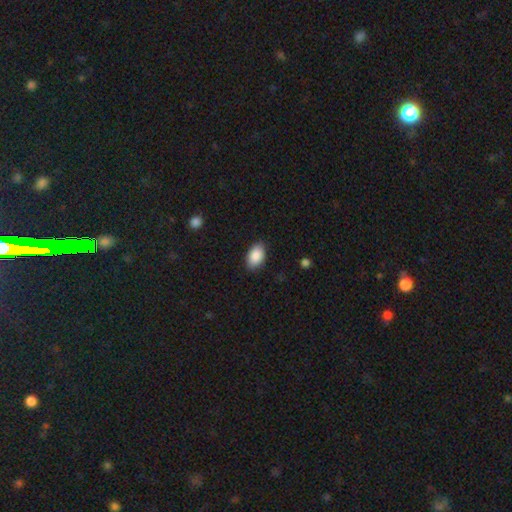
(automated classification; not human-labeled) smooth_or_featured: smooth (p=0.89) [alt: star or artifact p=0.07]
how_rounded: in between (p=0.93) [alt: round p=0.06]
merging: none (p=0.86) [alt: minor disturbance p=0.11]